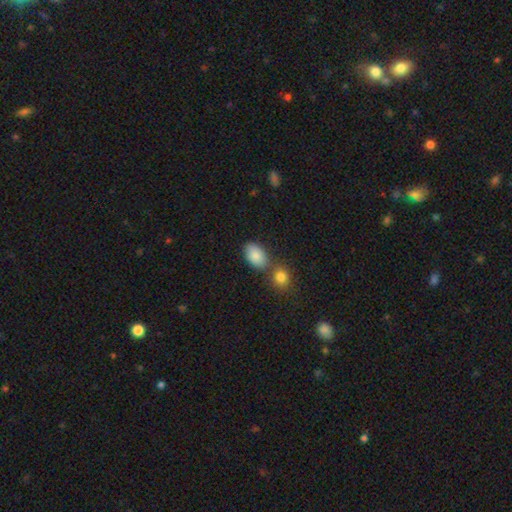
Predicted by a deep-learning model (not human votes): This is clearly a smooth galaxy (85%). How rounded: clearly in between (87%). Merging: possibly none (54%).